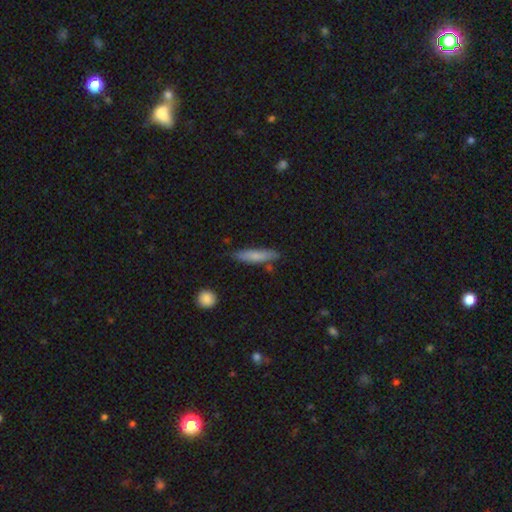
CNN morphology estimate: Smooth or featured? Predicted: smooth (p=0.75). How rounded? Predicted: cigar-shaped (p=0.81). Merging? Predicted: none (p=0.78).